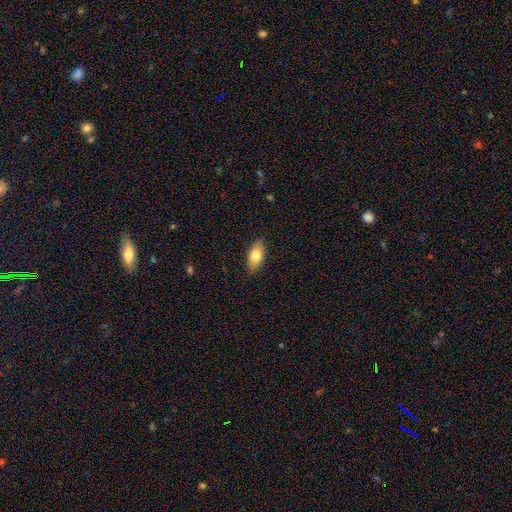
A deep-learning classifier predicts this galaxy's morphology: This is likely a smooth galaxy (77%). How rounded: clearly in between (87%). Merging: clearly none (86%).